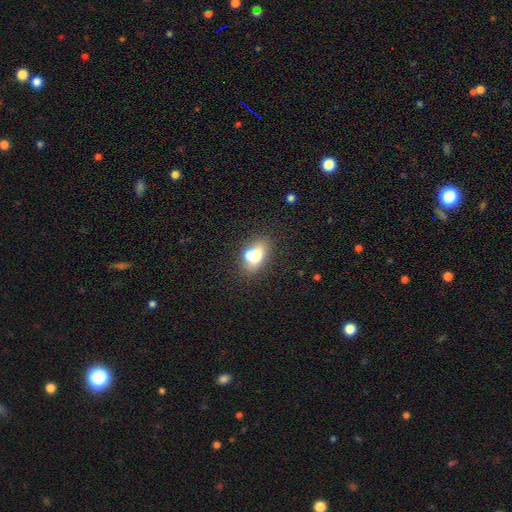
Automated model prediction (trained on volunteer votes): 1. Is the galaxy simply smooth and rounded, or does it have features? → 64% smooth, 25% featured or disk, 10% star or artifact.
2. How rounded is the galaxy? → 75% in between, 21% round, 5% cigar-shaped.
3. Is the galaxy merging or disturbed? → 45% none, 38% merger, 12% minor disturbance, 5% major disturbance.